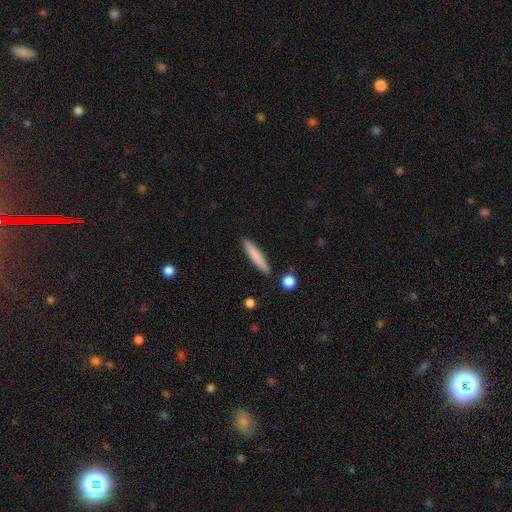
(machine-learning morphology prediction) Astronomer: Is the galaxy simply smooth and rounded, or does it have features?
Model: smooth — 78%.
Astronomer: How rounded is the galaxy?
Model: cigar-shaped — 91%.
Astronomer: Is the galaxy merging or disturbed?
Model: none — 88%.